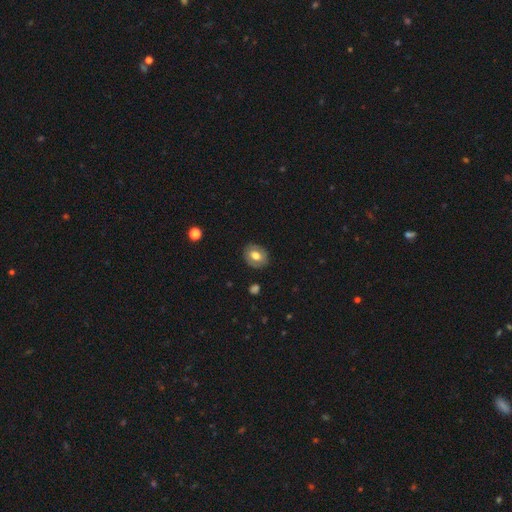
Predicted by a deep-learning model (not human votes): A smooth galaxy with no disk features (60%) that is in between round and cigar-shaped (53%). Merging: none (84%).